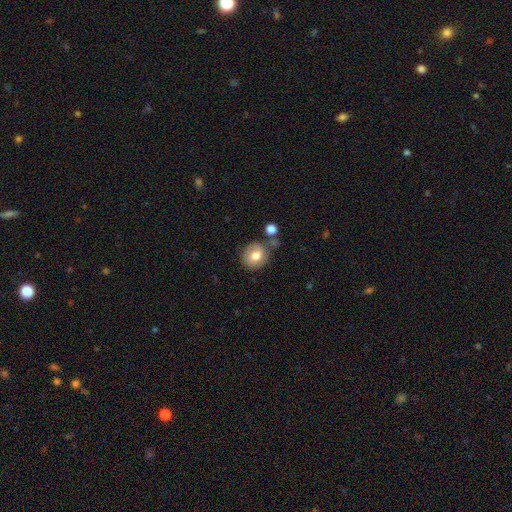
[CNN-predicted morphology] type=smooth (71%); roundness=round (74%); merging=none (65%).